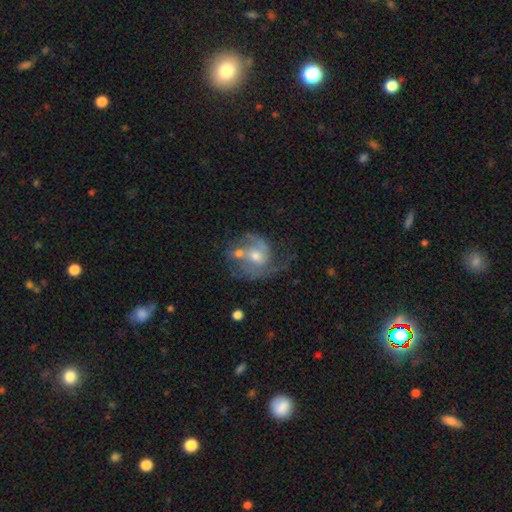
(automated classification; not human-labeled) A featured or disk galaxy (76%) with no bar (59%), 2 (54%) medium (46%) spiral arms (88%) and a moderate central bulge (66%).

Vote fractions:
- Smooth or featured? featured or disk: 76% / smooth: 17% / star or artifact: 7%
- Edge-on disk? no: 98% / yes: 2%
- Bar? no: 59% / weak: 35% / strong: 7%
- Spiral arms? yes: 88% / no: 12%
- Spiral winding? medium: 46% / loose: 29% / tight: 25%
- Spiral arm count? 2: 54% / 1: 21% / can't tell: 14% / 3: 7% / 4: 2% / more than 4: 2%
- Bulge size? moderate: 66% / small: 26% / large: 5% / none: 2% / dominant: 1%
- Merging? none: 37% / major disturbance: 22% / merger: 22% / minor disturbance: 20%